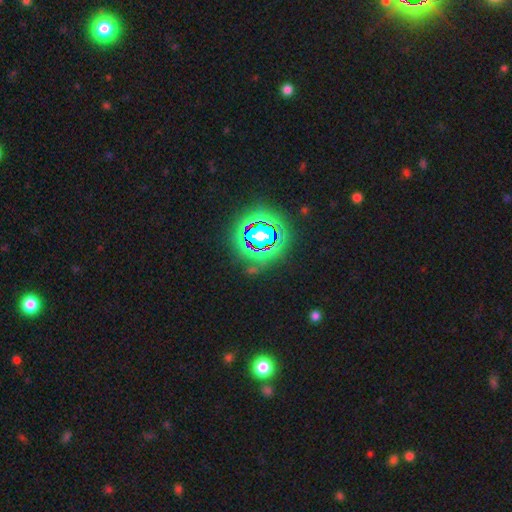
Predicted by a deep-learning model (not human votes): Q: Smooth or featured?
A: star or artifact (83%); runner-up: smooth (10%)